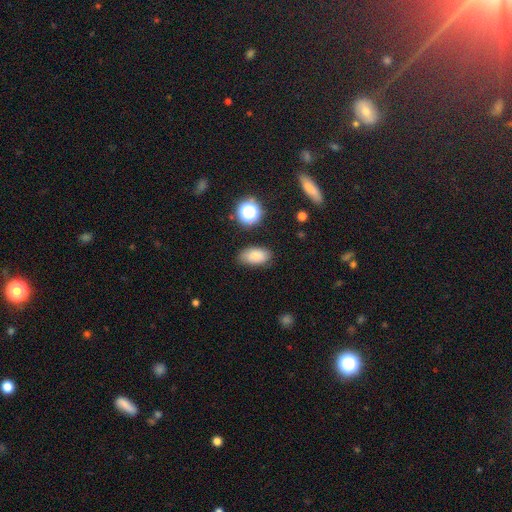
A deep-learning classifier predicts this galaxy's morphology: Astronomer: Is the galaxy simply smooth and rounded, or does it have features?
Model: smooth — 78%.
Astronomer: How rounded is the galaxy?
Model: in between — 90%.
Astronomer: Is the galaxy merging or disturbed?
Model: none — 76%.